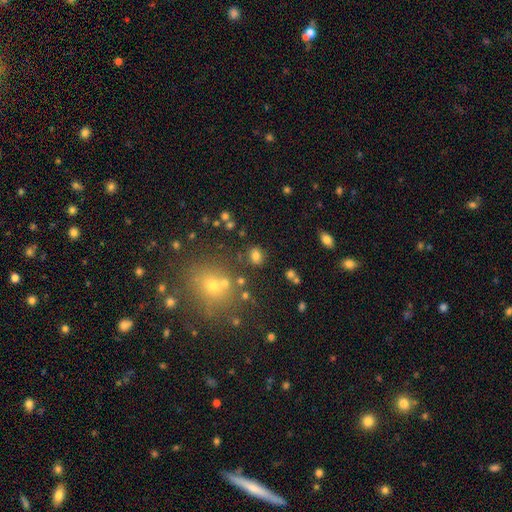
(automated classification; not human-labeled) smooth 76%, star or artifact 16%, featured or disk 8%. Down the decision tree: how rounded — in between (54%); merging — none (79%).